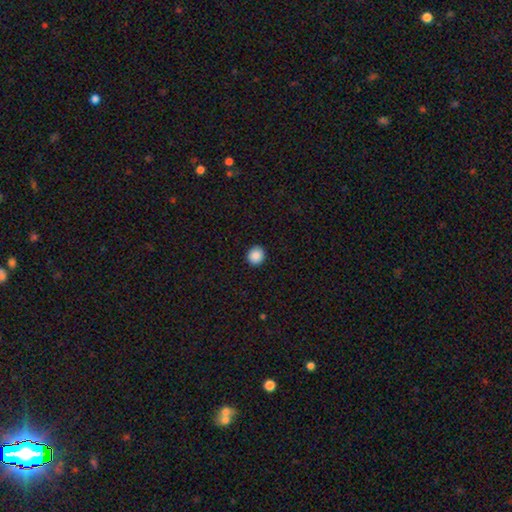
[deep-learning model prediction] This appears to be a smooth galaxy with no disk features (89%) that is round (88%). Merging: none (93%).